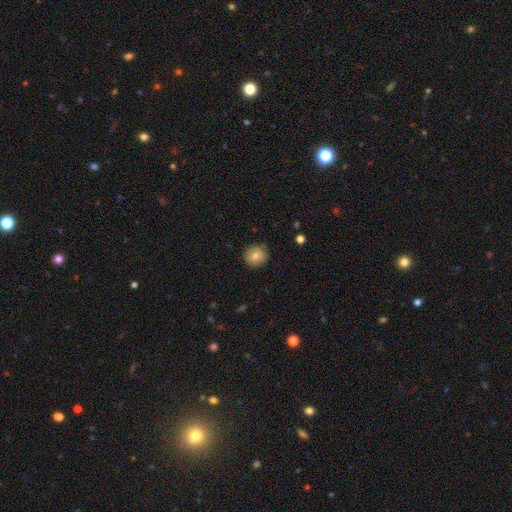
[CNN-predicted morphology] A smooth galaxy with no disk features (82%) that is round (89%).

Vote fractions:
- Smooth or featured? smooth: 82% / featured or disk: 9% / star or artifact: 8%
- How rounded? round: 89% / in between: 10% / cigar-shaped: 1%
- Merging? none: 84% / minor disturbance: 12% / major disturbance: 2% / merger: 1%